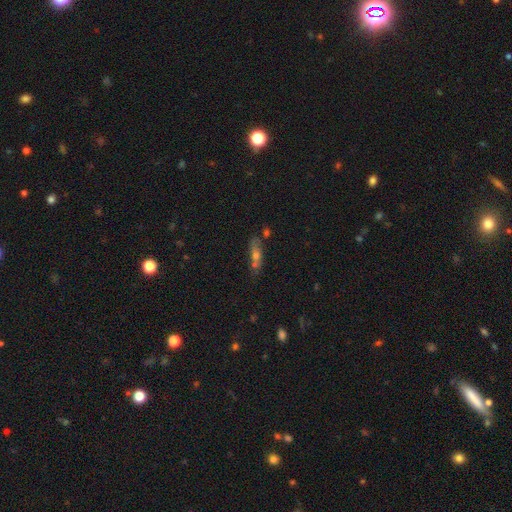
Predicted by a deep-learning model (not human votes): Smooth or featured?
  - smooth: 46% *
  - featured or disk: 38%
  - star or artifact: 16%
Merging?
  - none: 54% *
  - merger: 21%
  - minor disturbance: 18%
  - major disturbance: 8%